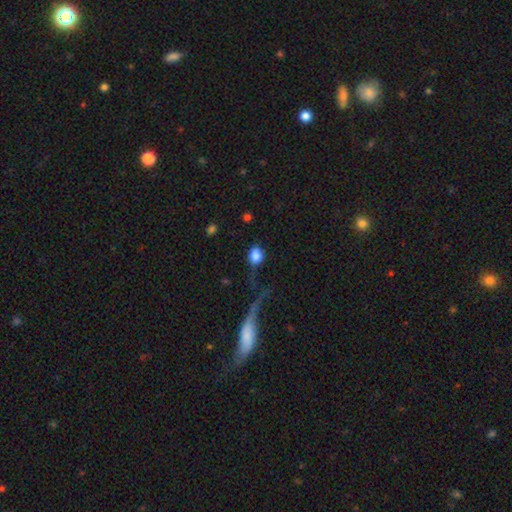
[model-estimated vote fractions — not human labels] Q: Smooth or featured?
A: smooth (83%); runner-up: featured or disk (9%)
Q: How rounded?
A: round (50%); runner-up: in between (48%)
Q: Merging?
A: none (41%); runner-up: major disturbance (29%)